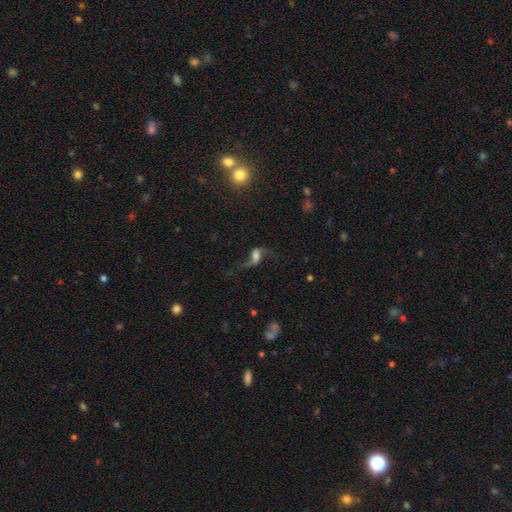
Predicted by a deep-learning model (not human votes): smooth_or_featured: featured or disk (p=0.69) [alt: smooth p=0.18]
disk_edge_on: no (p=0.92) [alt: yes p=0.08]
bar: no (p=0.44) [alt: weak p=0.39]
has_spiral_arms: yes (p=0.90) [alt: no p=0.10]
spiral_winding: loose (p=0.90) [alt: medium p=0.08]
spiral_arm_count: 2 (p=0.88) [alt: 1 p=0.07]
bulge_size: moderate (p=0.34) [alt: large p=0.26]
merging: none (p=0.55) [alt: major disturbance p=0.25]